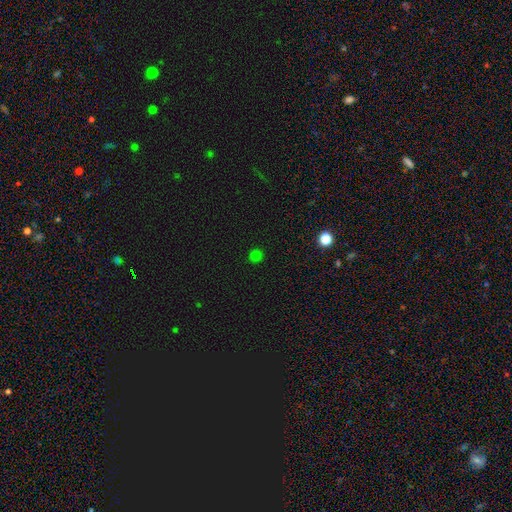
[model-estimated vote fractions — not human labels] This appears to be a smooth galaxy with no disk features (76%) that is round (94%). Merging: none (92%).